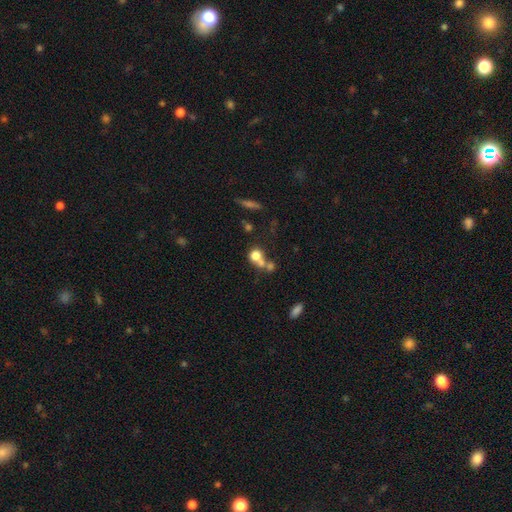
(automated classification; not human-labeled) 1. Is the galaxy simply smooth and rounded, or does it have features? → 71% smooth, 17% featured or disk, 12% star or artifact.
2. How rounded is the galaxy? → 75% round, 23% in between, 2% cigar-shaped.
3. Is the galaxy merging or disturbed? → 54% merger, 31% none, 8% minor disturbance, 6% major disturbance.